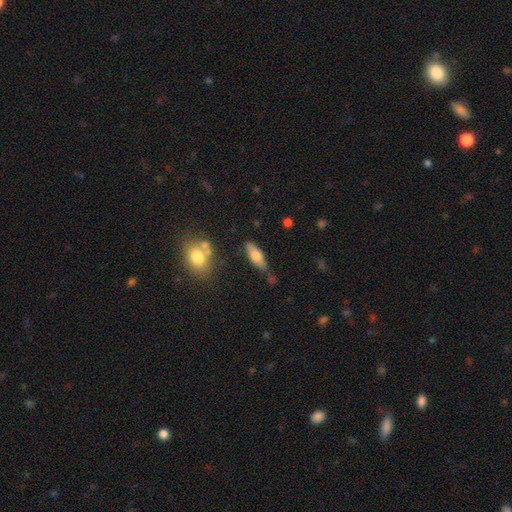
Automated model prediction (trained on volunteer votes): smooth 70%, featured or disk 23%, star or artifact 7%. Down the decision tree: how rounded — in between (66%); merging — none (68%).